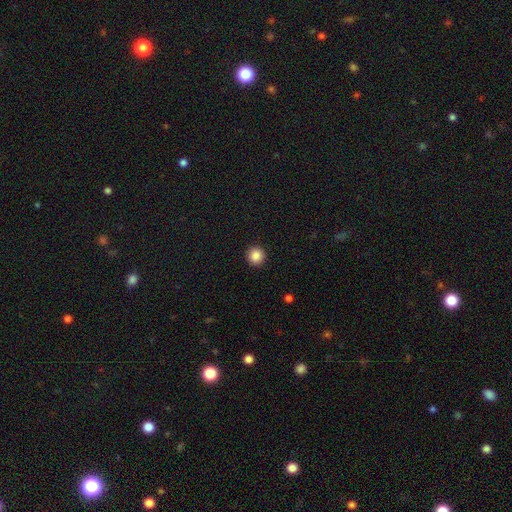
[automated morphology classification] A smooth galaxy with no disk features (87%) that is round (95%). Merging: none (93%).